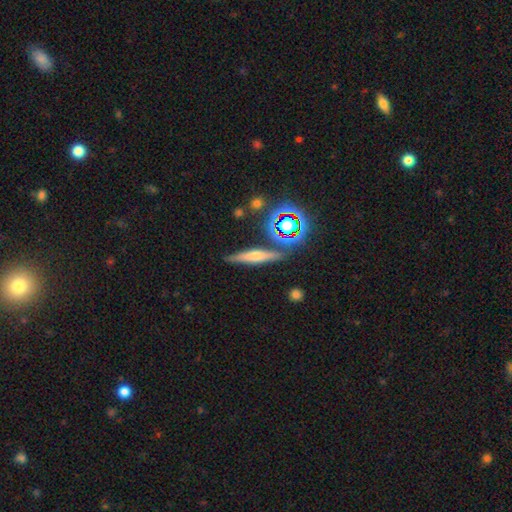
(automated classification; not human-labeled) This is possibly a featured or disk galaxy (48%). Merging: clearly none (84%).